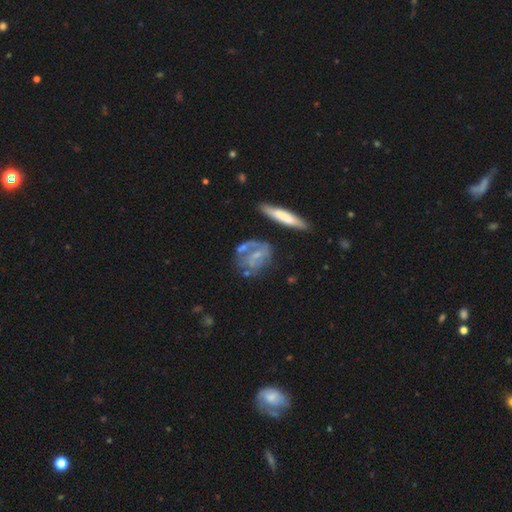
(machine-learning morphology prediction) A featured or disk galaxy (60%) with no bar (53%), spiral arms (56%) and a small central bulge (46%). Merging: none (50%).